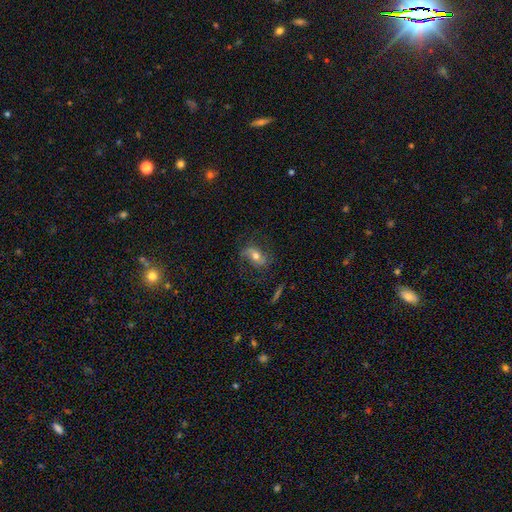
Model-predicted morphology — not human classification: This appears to be a featured or disk galaxy (56%) with no bar (44%), spiral arms (81%) and a moderate central bulge (70%). Merging: none (67%).